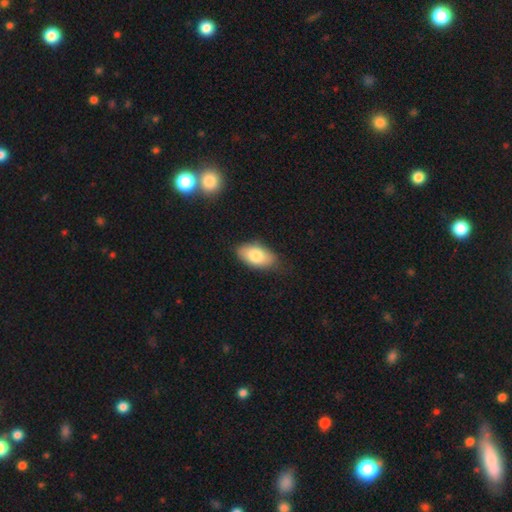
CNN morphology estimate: This is clearly a smooth galaxy (81%). How rounded: clearly in between (93%). Merging: likely none (77%).